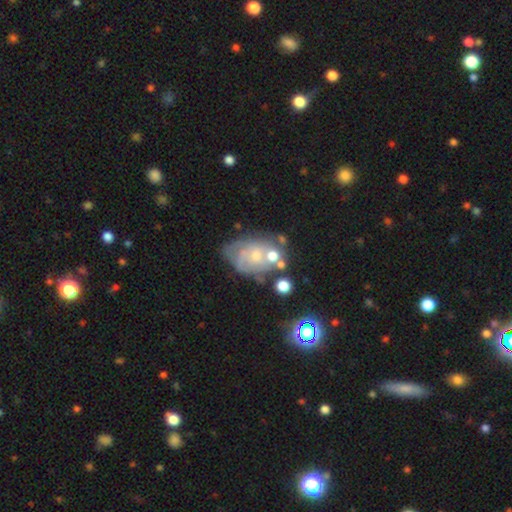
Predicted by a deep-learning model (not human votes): Smooth or featured? Predicted: featured or disk (p=0.59). Edge-on disk? Predicted: no (p=0.97). Bar? Predicted: no (p=0.81). Spiral arms? Predicted: yes (p=0.57). Bulge size? Predicted: small (p=0.60). Merging? Predicted: none (p=0.43).